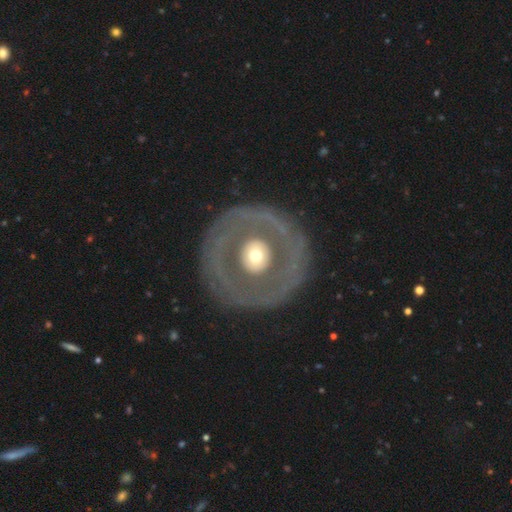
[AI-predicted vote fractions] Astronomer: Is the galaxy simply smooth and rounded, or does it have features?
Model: featured or disk — 59%.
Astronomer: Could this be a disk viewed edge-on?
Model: no — 94%.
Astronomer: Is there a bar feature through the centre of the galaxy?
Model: no — 87%.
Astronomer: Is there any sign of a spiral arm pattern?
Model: no — 80%.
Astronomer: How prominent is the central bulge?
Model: moderate — 60%.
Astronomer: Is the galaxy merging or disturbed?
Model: none — 78%.